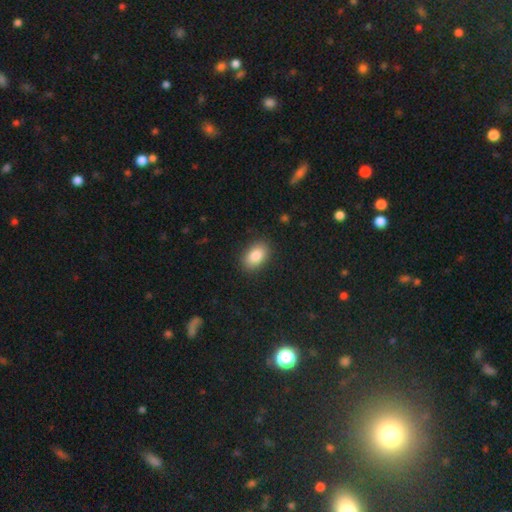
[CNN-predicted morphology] A smooth galaxy with no disk features (87%) that is in between round and cigar-shaped (90%). Merging: none (87%).